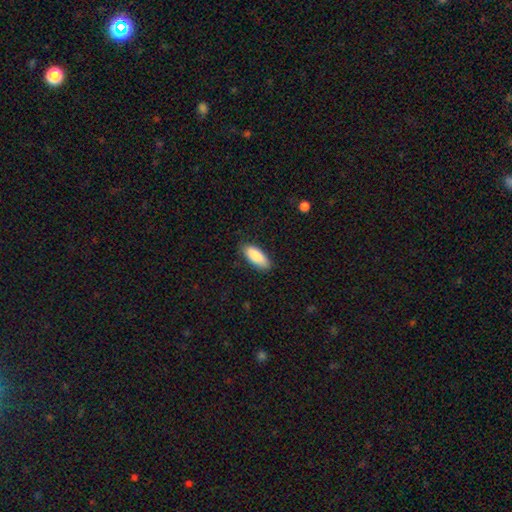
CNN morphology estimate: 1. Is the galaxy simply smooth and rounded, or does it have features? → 88% smooth, 7% featured or disk, 6% star or artifact.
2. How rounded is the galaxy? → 81% in between, 18% cigar-shaped, 2% round.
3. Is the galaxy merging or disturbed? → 84% none, 13% minor disturbance, 2% major disturbance, 1% merger.